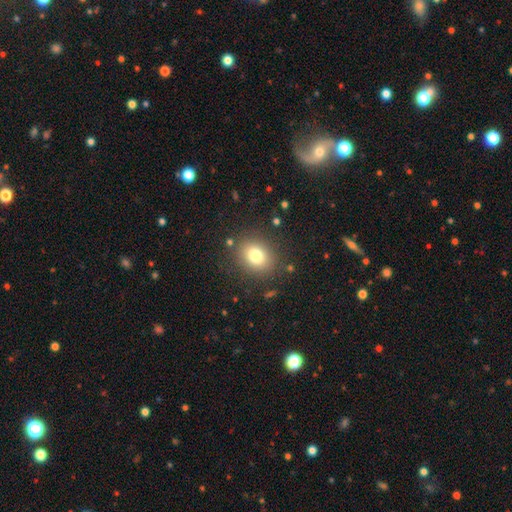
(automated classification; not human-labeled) Smooth or featured? Predicted: smooth (p=0.78). How rounded? Predicted: round (p=0.59). Merging? Predicted: none (p=0.86).